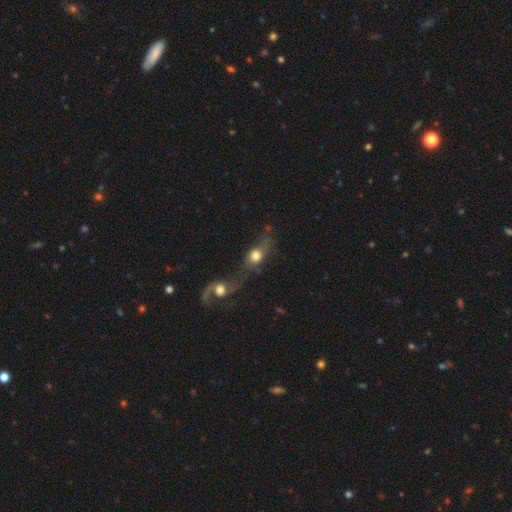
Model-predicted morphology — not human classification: Smooth or featured? Predicted: smooth (p=0.59). How rounded? Predicted: round (p=0.49). Merging? Predicted: merger (p=0.63).